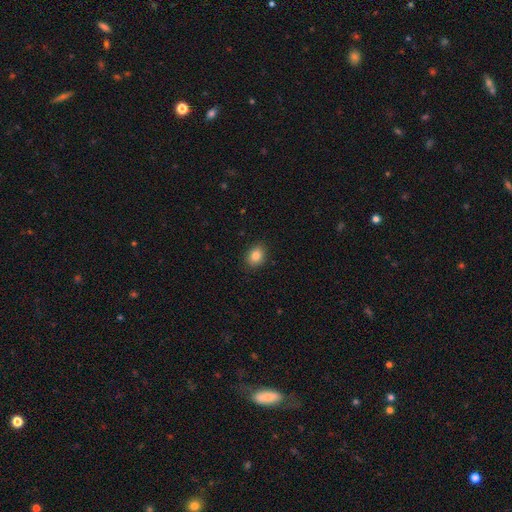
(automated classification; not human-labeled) This is clearly a smooth galaxy (83%). How rounded: possibly in between (53%). Merging: clearly none (89%).